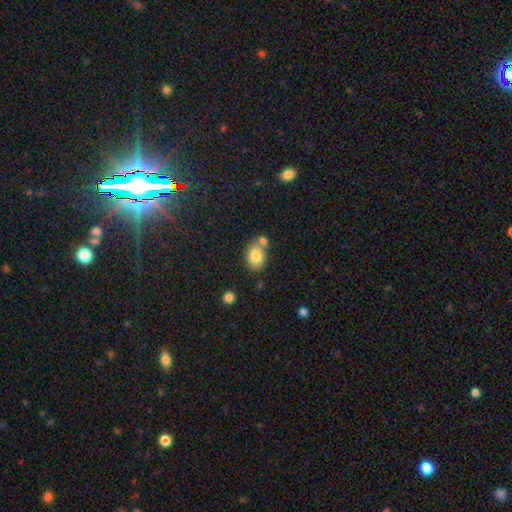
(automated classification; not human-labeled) Smooth or featured? Predicted: smooth (p=0.82). How rounded? Predicted: in between (p=0.74). Merging? Predicted: none (p=0.56).